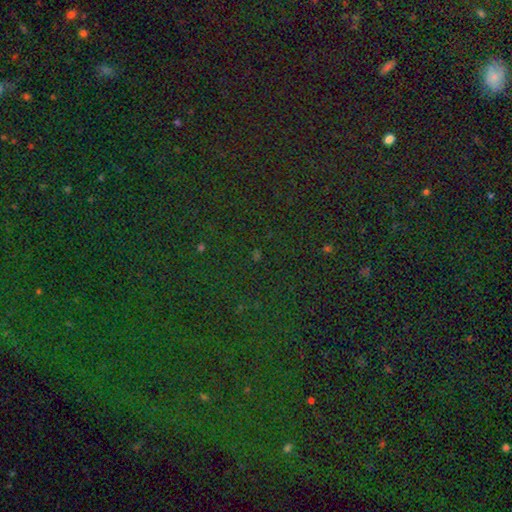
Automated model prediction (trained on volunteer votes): Overall: star or artifact (77%).